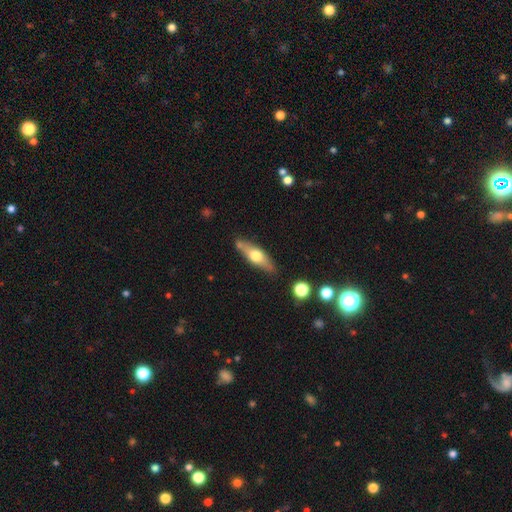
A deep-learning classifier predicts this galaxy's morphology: Smooth or featured? featured or disk (47%, tied with smooth)
Merging? none (80%)